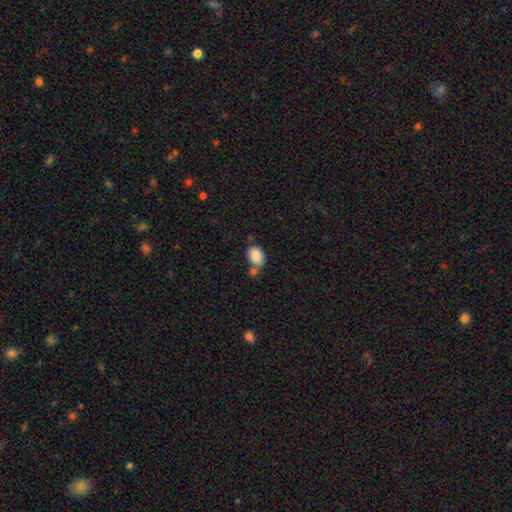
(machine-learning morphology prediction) smooth_or_featured: smooth (p=0.87) [alt: star or artifact p=0.08]
how_rounded: in between (p=0.80) [alt: round p=0.19]
merging: none (p=0.53) [alt: merger p=0.26]